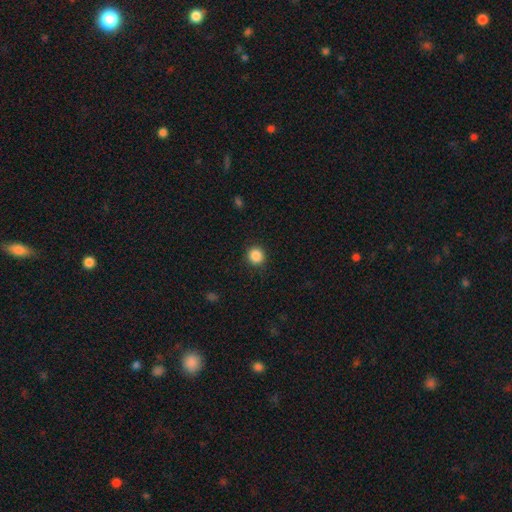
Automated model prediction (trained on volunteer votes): A smooth galaxy with no disk features (87%) that is round (93%). Merging: none (90%).